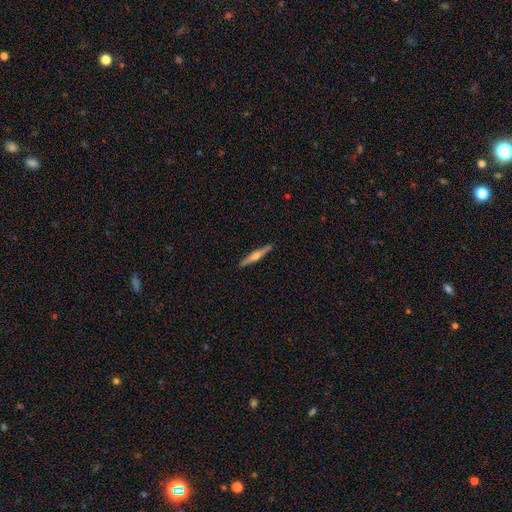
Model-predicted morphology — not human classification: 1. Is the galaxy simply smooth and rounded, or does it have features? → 72% featured or disk, 23% smooth, 5% star or artifact.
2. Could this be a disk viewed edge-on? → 98% yes, 2% no.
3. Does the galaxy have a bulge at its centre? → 90% rounded, 7% boxy, 4% none.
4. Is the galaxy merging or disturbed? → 91% none, 6% minor disturbance, 1% major disturbance, 1% merger.